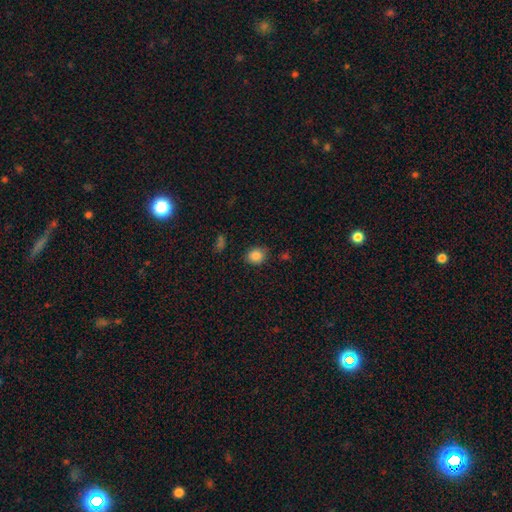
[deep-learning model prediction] Smooth or featured?
  - smooth: 85% *
  - star or artifact: 10%
  - featured or disk: 5%
How rounded?
  - round: 61% *
  - in between: 38%
  - cigar-shaped: 1%
Merging?
  - none: 79% *
  - minor disturbance: 16%
  - major disturbance: 3%
  - merger: 2%